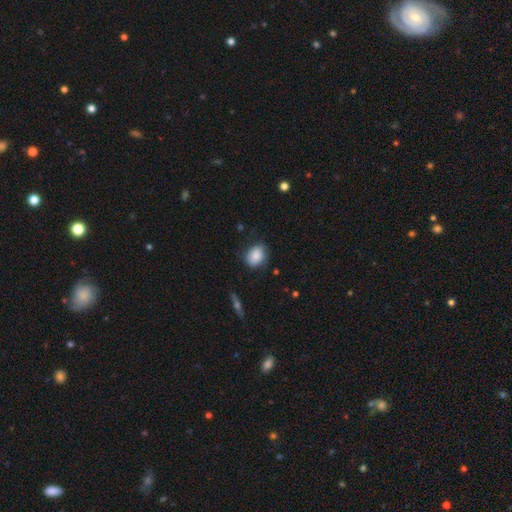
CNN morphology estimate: smooth-or-featured: smooth: 85% | star or artifact: 7% | featured or disk: 7%
  how-rounded: in between: 56% | round: 43% | cigar-shaped: 1%
  merging: none: 71% | minor disturbance: 22% | major disturbance: 5% | merger: 2%